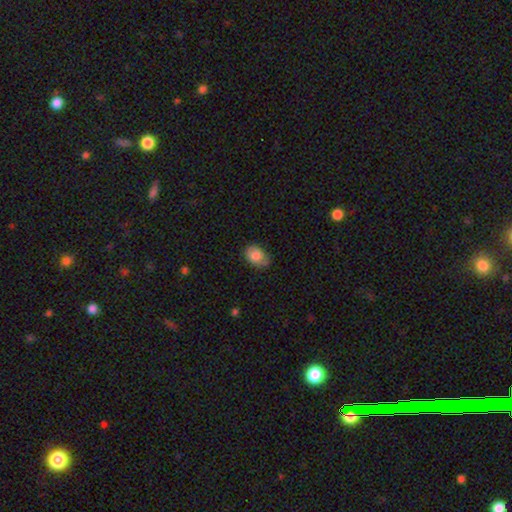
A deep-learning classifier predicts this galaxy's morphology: Q: Smooth or featured?
A: smooth (82%); runner-up: featured or disk (10%)
Q: How rounded?
A: in between (78%); runner-up: round (21%)
Q: Merging?
A: none (63%); runner-up: minor disturbance (29%)